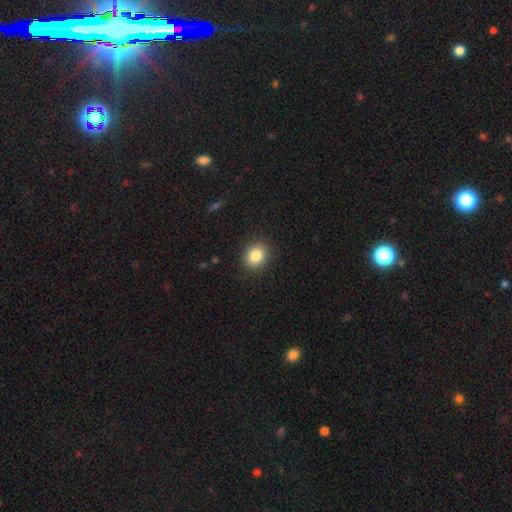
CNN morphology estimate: Smooth or featured?
  - smooth: 85% *
  - star or artifact: 10%
  - featured or disk: 6%
How rounded?
  - round: 62% *
  - in between: 37%
  - cigar-shaped: 1%
Merging?
  - none: 89% *
  - minor disturbance: 8%
  - major disturbance: 2%
  - merger: 1%